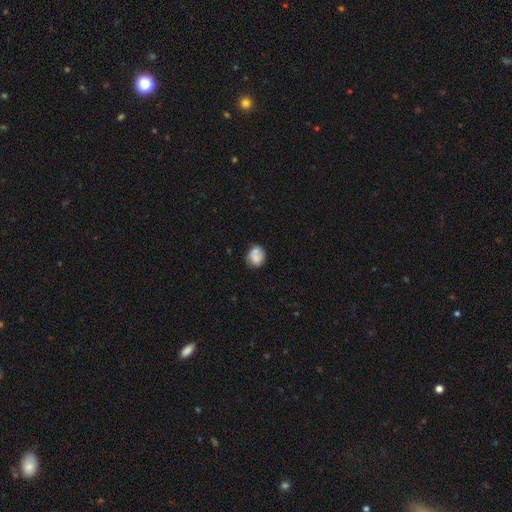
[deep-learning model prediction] This appears to be a smooth galaxy with no disk features (73%) that is round (66%). Merging: none (54%).